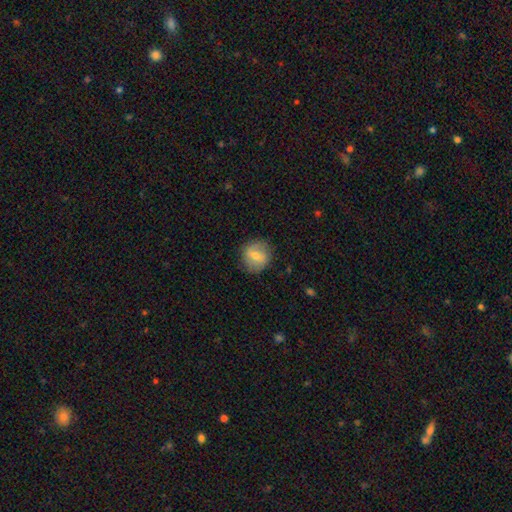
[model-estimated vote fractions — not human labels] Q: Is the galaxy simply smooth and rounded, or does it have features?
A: smooth — 57%.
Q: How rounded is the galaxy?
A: round — 83%.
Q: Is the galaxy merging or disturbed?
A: none — 83%.